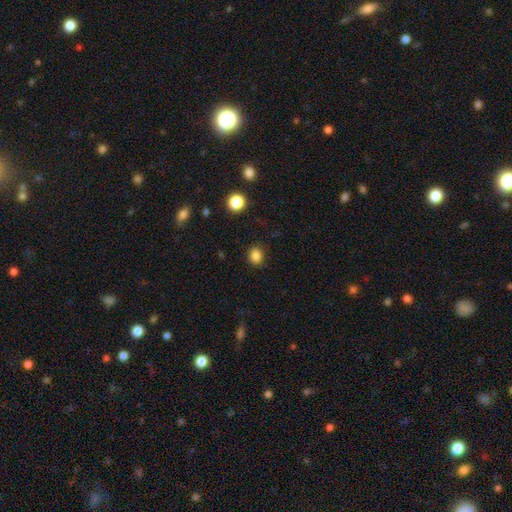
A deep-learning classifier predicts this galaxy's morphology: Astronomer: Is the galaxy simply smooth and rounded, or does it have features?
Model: smooth — 84%.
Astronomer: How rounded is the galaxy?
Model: round — 64%.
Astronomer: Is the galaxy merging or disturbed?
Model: none — 88%.